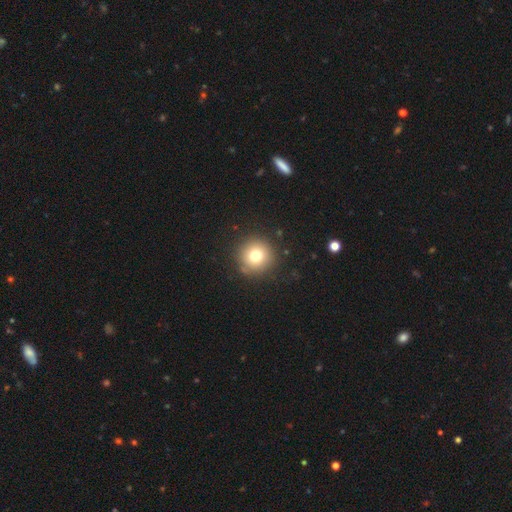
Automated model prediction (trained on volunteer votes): Overall: smooth (77%). How rounded: round (95%). Merging: none (88%).